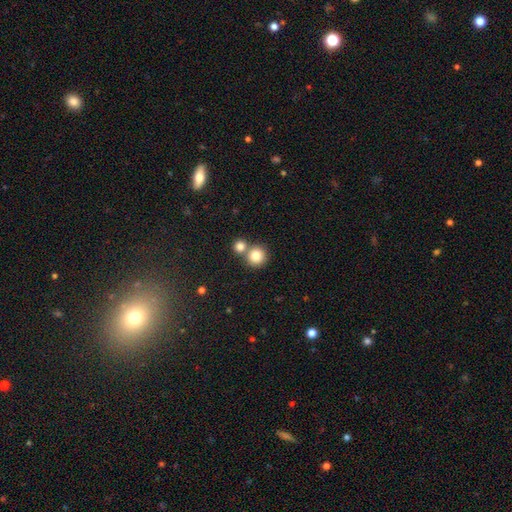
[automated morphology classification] Smooth or featured? smooth (81%)
How rounded? round (92%)
Merging? none (59%)